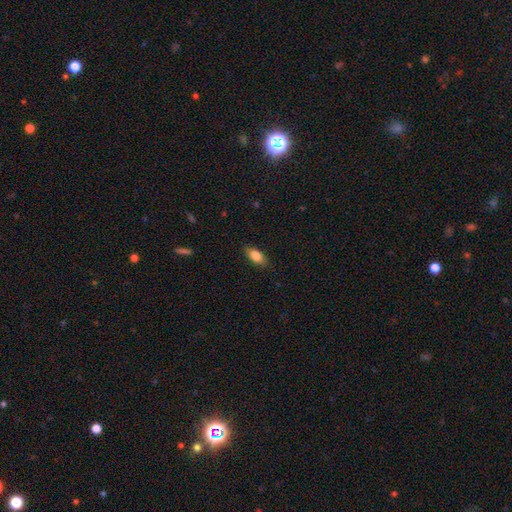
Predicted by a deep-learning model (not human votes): Morphology: type=smooth (81%); roundness=in between (85%); merging=none (86%).